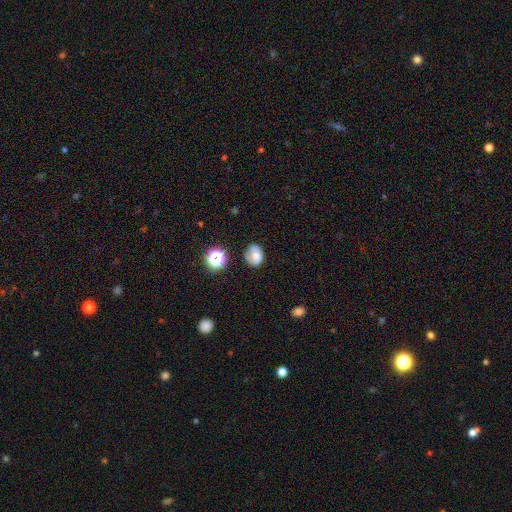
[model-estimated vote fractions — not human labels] Smooth or featured? smooth (60%)
How rounded? round (52%)
Merging? none (60%)